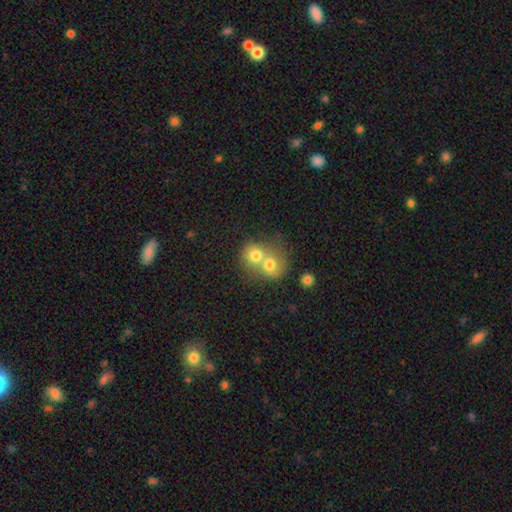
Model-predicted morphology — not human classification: The model was most divided on "how rounded": round: 73%, in between: 26%, cigar-shaped: 1%. More confident: merging — merger (72%); smooth or featured — smooth (71%).